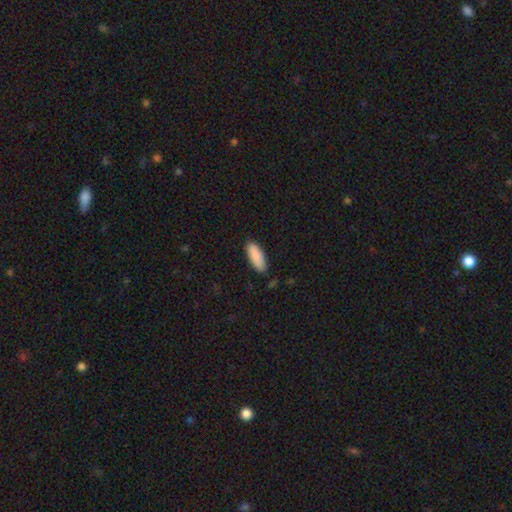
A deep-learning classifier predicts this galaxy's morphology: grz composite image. It shows a smooth galaxy with no disk features (90%) that is in between round and cigar-shaped (72%). Merging: none (86%).